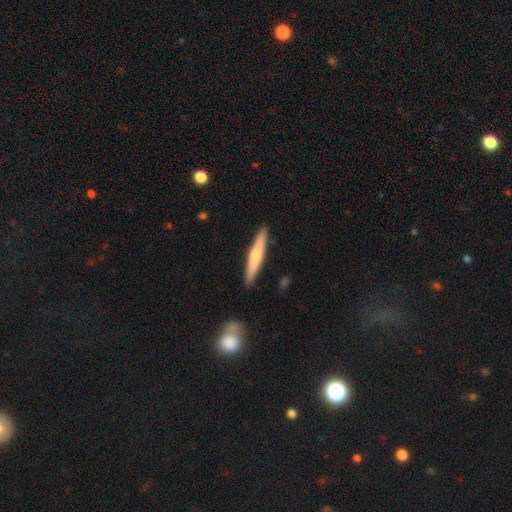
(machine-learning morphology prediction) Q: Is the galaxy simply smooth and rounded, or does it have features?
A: smooth — 52%.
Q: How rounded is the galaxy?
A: cigar-shaped — 92%.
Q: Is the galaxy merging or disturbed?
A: none — 91%.